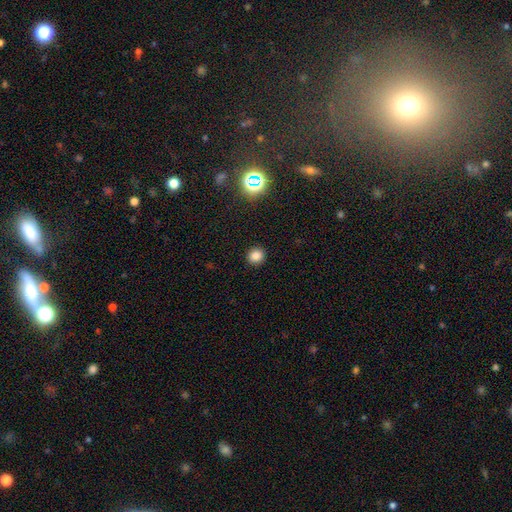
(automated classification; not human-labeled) This is clearly a smooth galaxy (81%). How rounded: clearly round (91%). Merging: clearly none (92%).